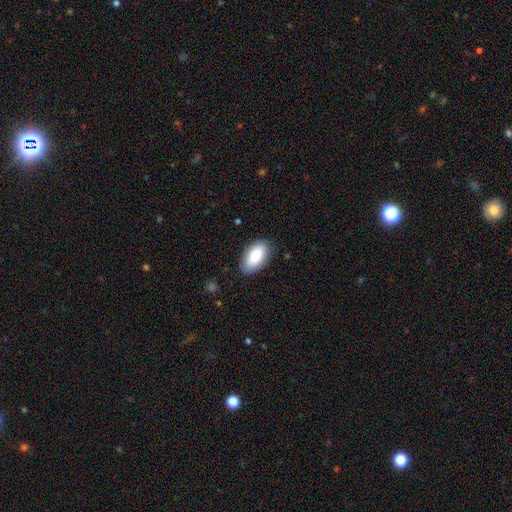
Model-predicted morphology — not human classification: Smooth or featured?
  - smooth: 83% *
  - featured or disk: 11%
  - star or artifact: 6%
How rounded?
  - in between: 94% *
  - cigar-shaped: 3%
  - round: 3%
Merging?
  - none: 84% *
  - minor disturbance: 12%
  - major disturbance: 3%
  - merger: 1%